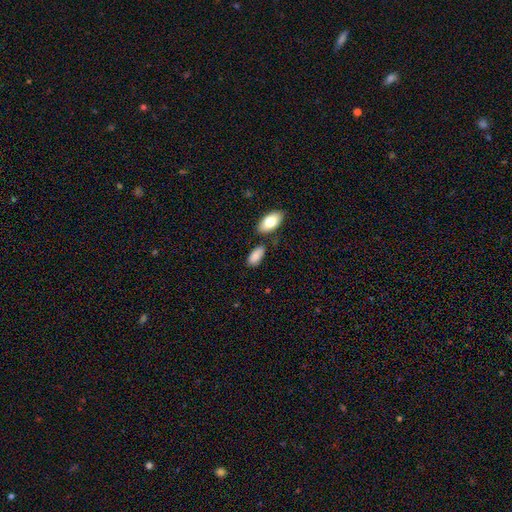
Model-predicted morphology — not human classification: Smooth or featured? smooth (86%)
How rounded? in between (92%)
Merging? none (71%)